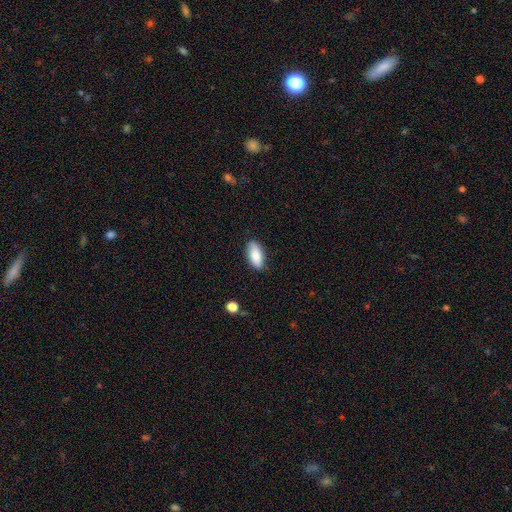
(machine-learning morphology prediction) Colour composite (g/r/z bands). It shows a smooth galaxy with no disk features (84%) that is in between round and cigar-shaped (86%). Merging: none (82%).